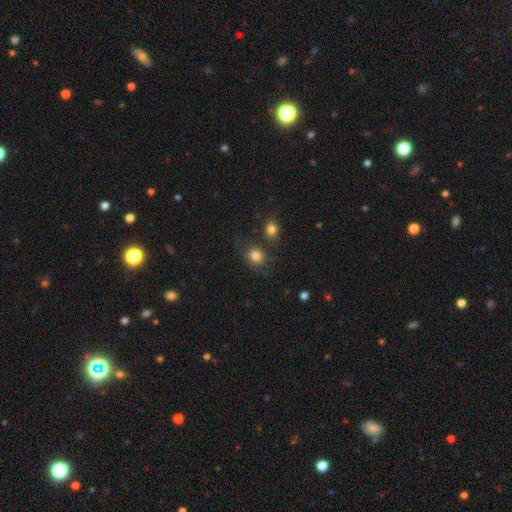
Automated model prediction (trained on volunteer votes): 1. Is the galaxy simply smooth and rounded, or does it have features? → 80% smooth, 11% star or artifact, 9% featured or disk.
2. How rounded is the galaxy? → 67% round, 32% in between, 1% cigar-shaped.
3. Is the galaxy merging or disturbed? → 65% none, 16% minor disturbance, 12% merger, 7% major disturbance.